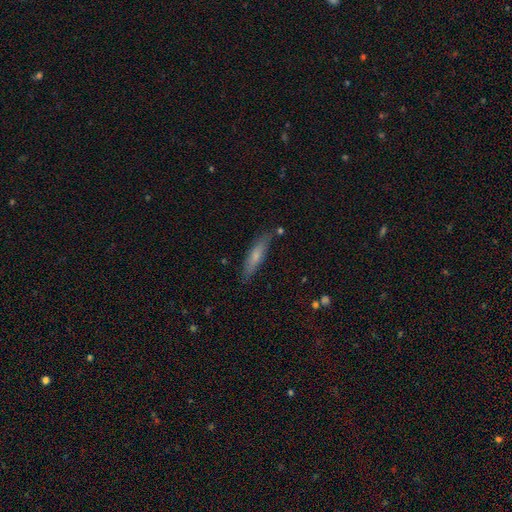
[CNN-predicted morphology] This appears to be a smooth galaxy with no disk features (64%) that is cigar-shaped (80%). Merging: none (81%).